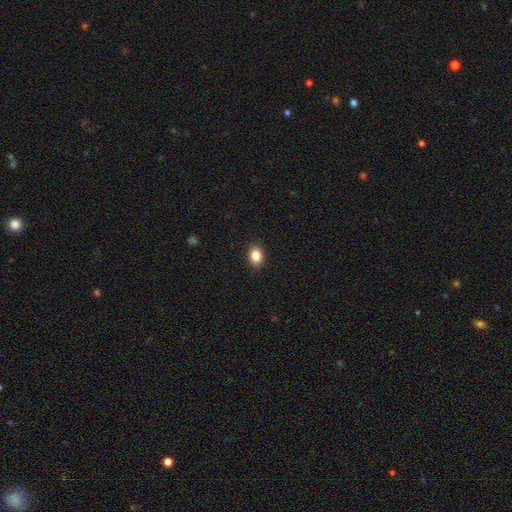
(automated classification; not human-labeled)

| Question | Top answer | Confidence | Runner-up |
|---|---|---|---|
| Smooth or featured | smooth | 85% | star or artifact (9%) |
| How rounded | in between | 70% | round (29%) |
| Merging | none | 89% | minor disturbance (8%) |